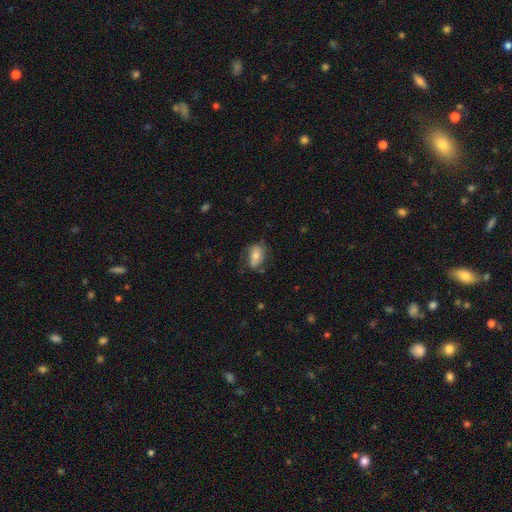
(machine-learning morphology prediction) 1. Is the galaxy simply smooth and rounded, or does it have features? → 64% smooth, 28% featured or disk, 8% star or artifact.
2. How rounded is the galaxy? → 86% in between, 9% round, 5% cigar-shaped.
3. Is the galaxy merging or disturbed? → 63% none, 25% minor disturbance, 10% major disturbance, 2% merger.